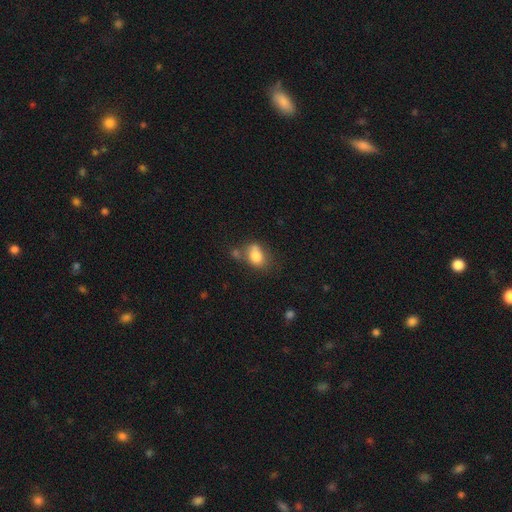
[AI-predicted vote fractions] smooth-or-featured: smooth: 79% | featured or disk: 12% | star or artifact: 9%
  how-rounded: in between: 69% | round: 30% | cigar-shaped: 1%
  merging: none: 42% | merger: 25% | minor disturbance: 23% | major disturbance: 10%